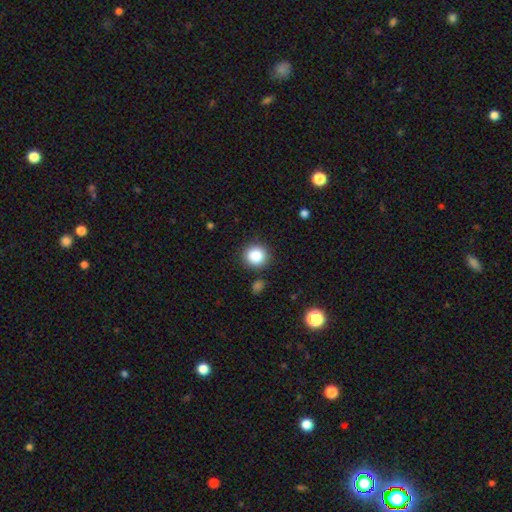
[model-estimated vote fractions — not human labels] A smooth galaxy with no disk features (86%) that is round (92%). Merging: none (87%).